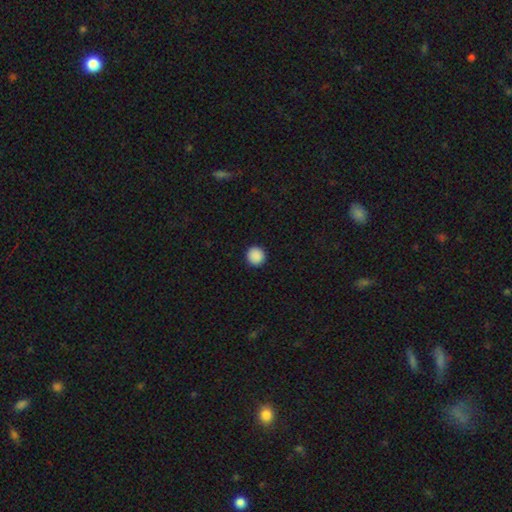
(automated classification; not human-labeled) Smooth or featured?
  - smooth: 90% *
  - star or artifact: 8%
  - featured or disk: 2%
How rounded?
  - round: 95% *
  - in between: 4%
  - cigar-shaped: 1%
Merging?
  - none: 94% *
  - minor disturbance: 4%
  - major disturbance: 1%
  - merger: 1%